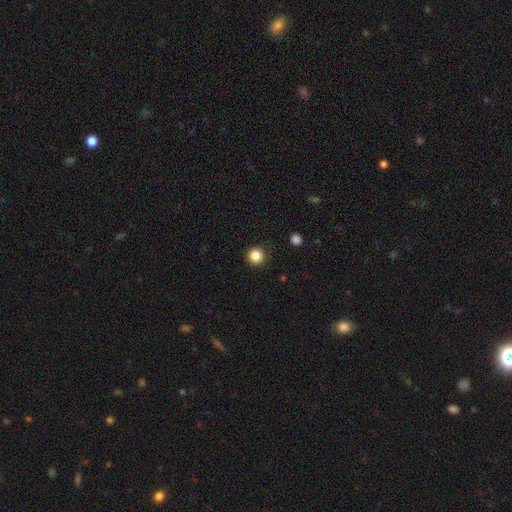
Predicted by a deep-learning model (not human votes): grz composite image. It shows a smooth galaxy with no disk features (86%) that is round (95%). Merging: none (90%).